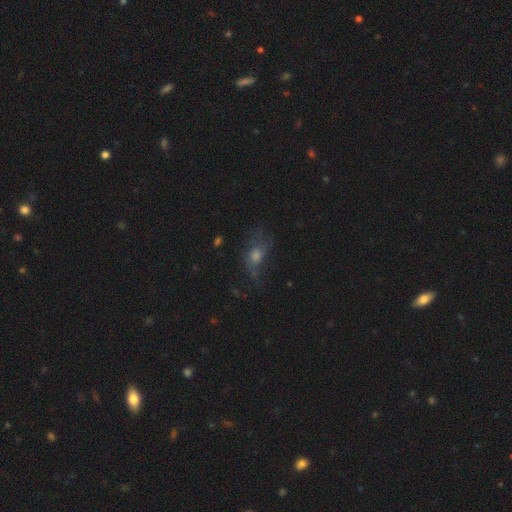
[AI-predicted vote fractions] Q: Smooth or featured?
A: smooth (40%); runner-up: featured or disk (39%)
Q: Merging?
A: none (47%); runner-up: major disturbance (28%)